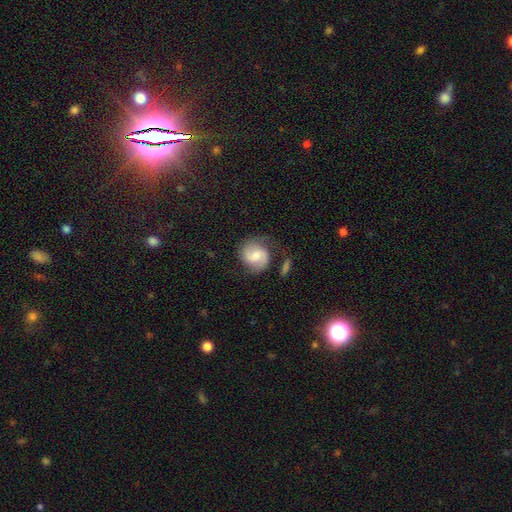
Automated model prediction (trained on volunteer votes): Morphology: type=featured or disk (66%); edge-on=no (98%); bar=weak (52%); spiral arms=yes (93%); winding=medium (49%); arm count=2 (87%); bulge=moderate (53%); merging=none (65%).